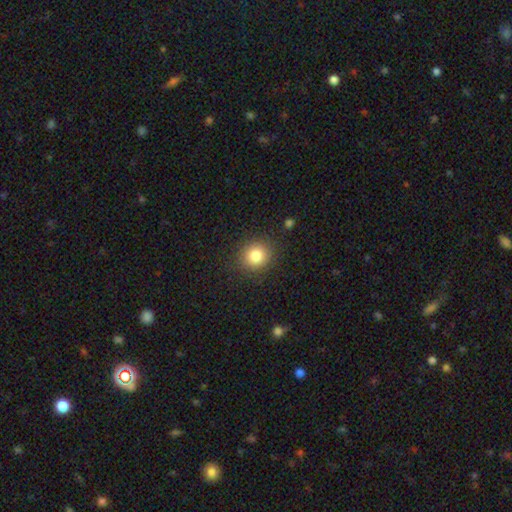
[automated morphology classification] A smooth galaxy with no disk features (83%) that is round (85%). Merging: none (88%).